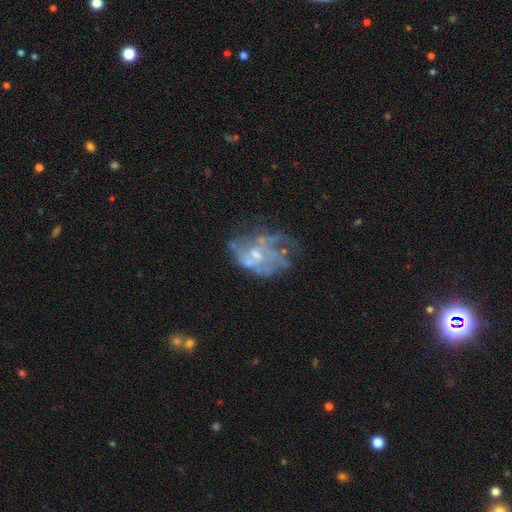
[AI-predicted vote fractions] Smooth or featured: featured or disk — 70% (smooth — 18%)
Edge-on disk: no — 98% (yes — 2%)
Bar: no — 80% (weak — 17%)
Spiral arms: no — 63% (yes — 37%)
Bulge size: small — 46% (moderate — 33%)
Merging: none — 41% (major disturbance — 30%)